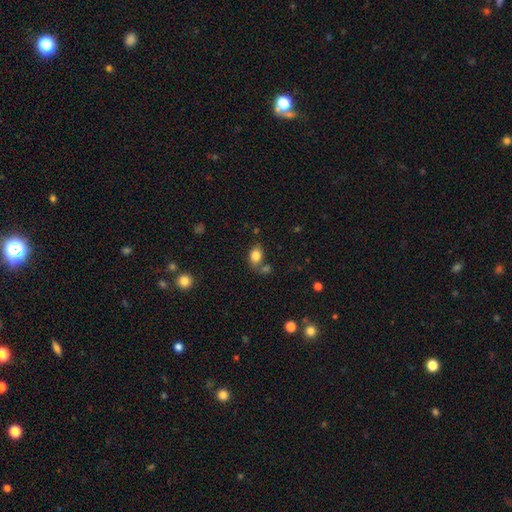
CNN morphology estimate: This is clearly a smooth galaxy (82%). How rounded: likely in between (75%). Merging: possibly none (58%).